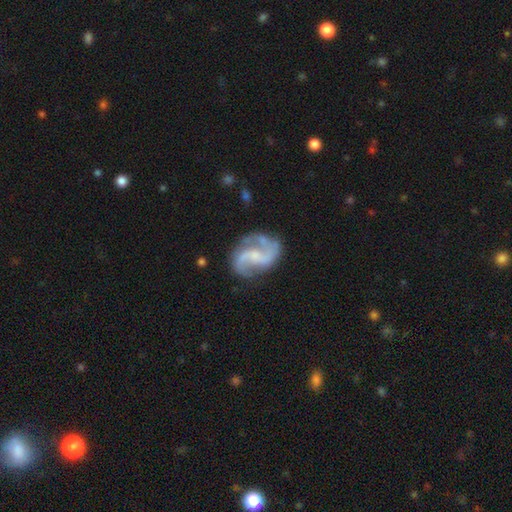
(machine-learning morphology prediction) The model was most divided on "spiral winding": medium: 48%, loose: 41%, tight: 11%. Remaining: edge-on disk — no (98%); spiral arms — yes (97%); spiral arm count — 2 (90%); smooth or featured — featured or disk (89%); merging — none (72%); bar — weak (48%); bulge size — small (44%).